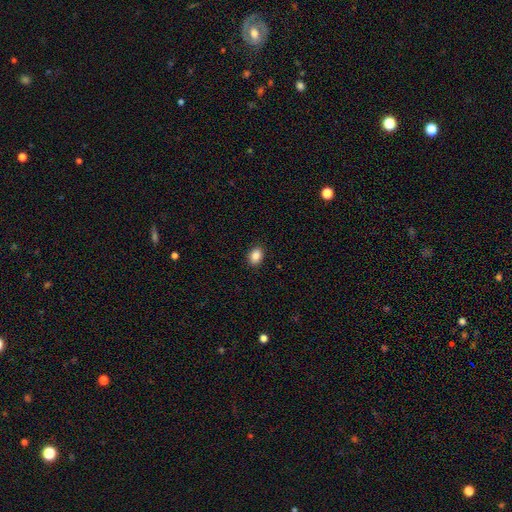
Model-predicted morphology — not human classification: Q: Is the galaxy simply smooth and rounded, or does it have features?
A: smooth — 88%.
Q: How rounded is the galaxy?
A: in between — 76%.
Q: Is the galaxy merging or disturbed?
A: none — 90%.